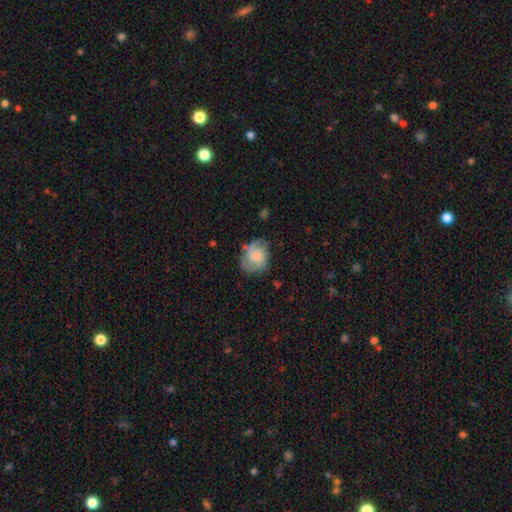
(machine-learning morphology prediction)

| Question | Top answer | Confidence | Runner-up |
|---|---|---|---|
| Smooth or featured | smooth | 53% | featured or disk (38%) |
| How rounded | round | 52% | in between (47%) |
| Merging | none | 59% | minor disturbance (26%) |